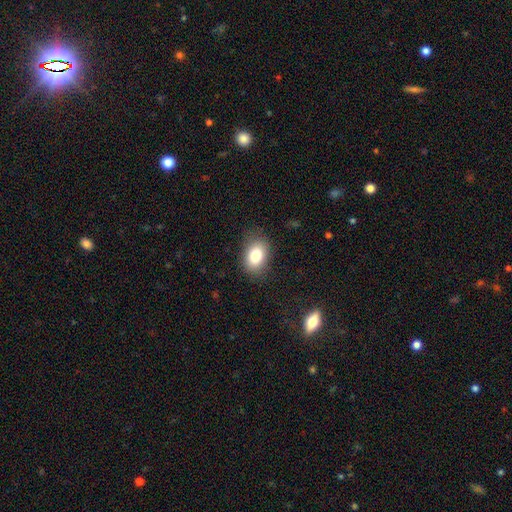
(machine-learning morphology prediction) The model was most divided on "how rounded": in between: 79%, round: 20%, cigar-shaped: 1%. More confident: merging — none (82%); smooth or featured — smooth (82%).